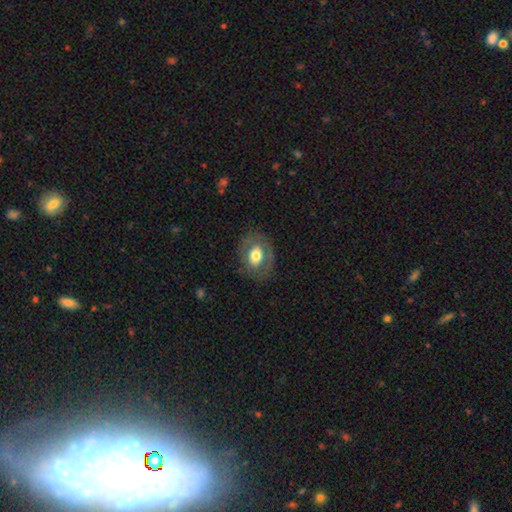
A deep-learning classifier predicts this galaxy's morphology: A smooth galaxy with no disk features (57%) that is in between round and cigar-shaped (61%). Merging: none (77%).